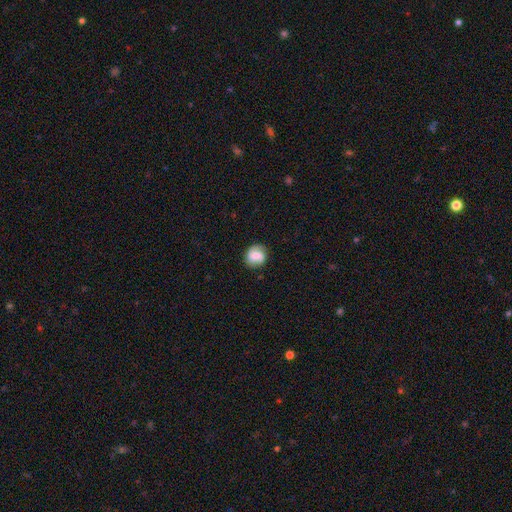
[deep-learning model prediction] Morphology: type=smooth (50%); merging=none (80%).